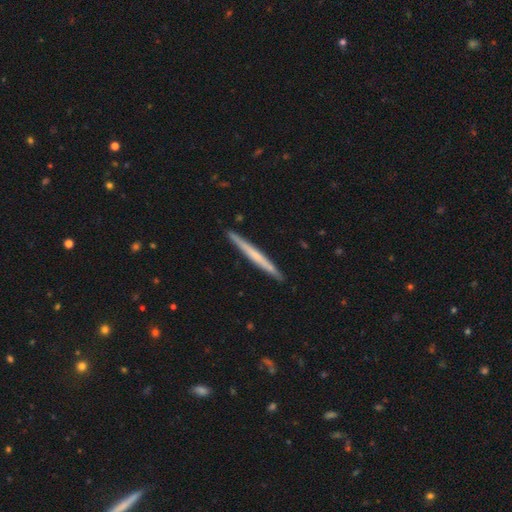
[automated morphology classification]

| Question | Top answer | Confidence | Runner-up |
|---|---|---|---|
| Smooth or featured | featured or disk | 50% | smooth (45%) |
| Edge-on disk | yes | 98% | no (2%) |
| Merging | none | 92% | minor disturbance (6%) |